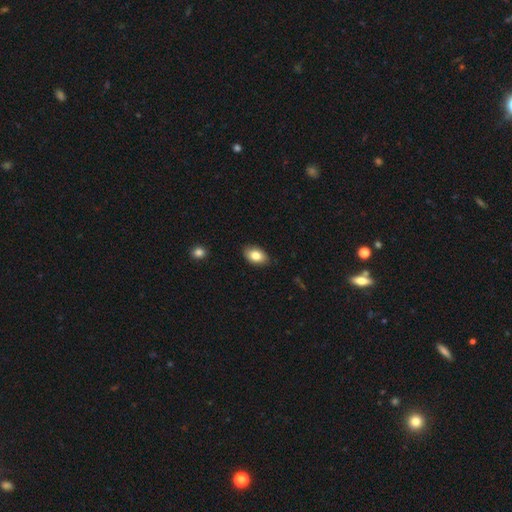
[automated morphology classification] This is clearly a smooth galaxy (82%). How rounded: clearly in between (90%). Merging: clearly none (87%).